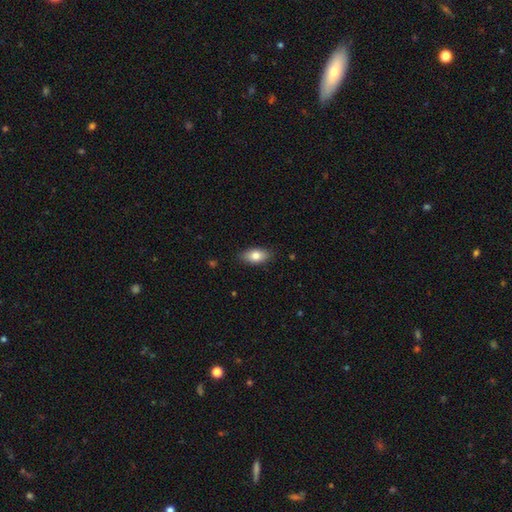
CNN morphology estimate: This appears to be a smooth galaxy with no disk features (81%) that is in between round and cigar-shaped (89%). Merging: none (86%).